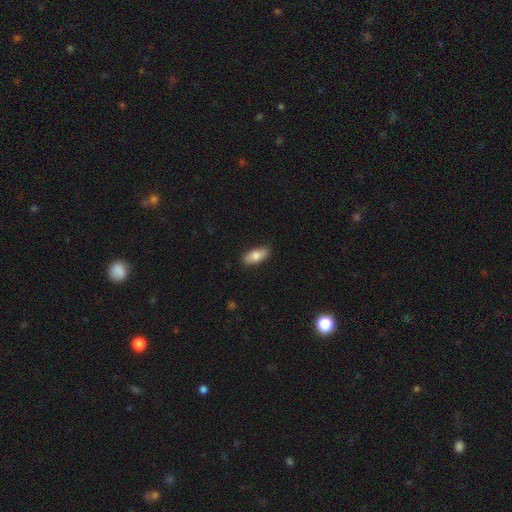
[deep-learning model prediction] Overall: smooth (80%). How rounded: in between (85%). Merging: none (85%).